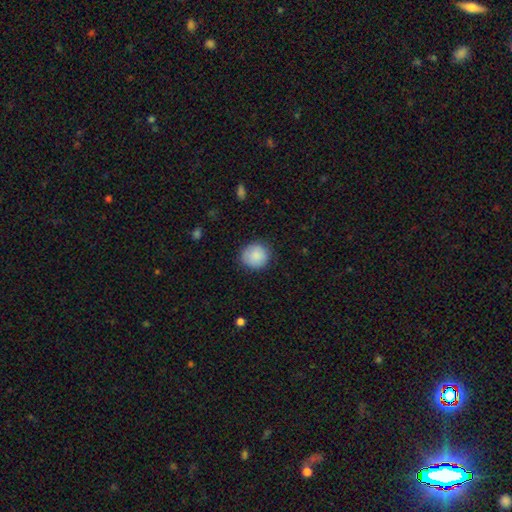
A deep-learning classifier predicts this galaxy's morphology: A smooth galaxy with no disk features (87%) that is round (90%). Merging: none (85%).